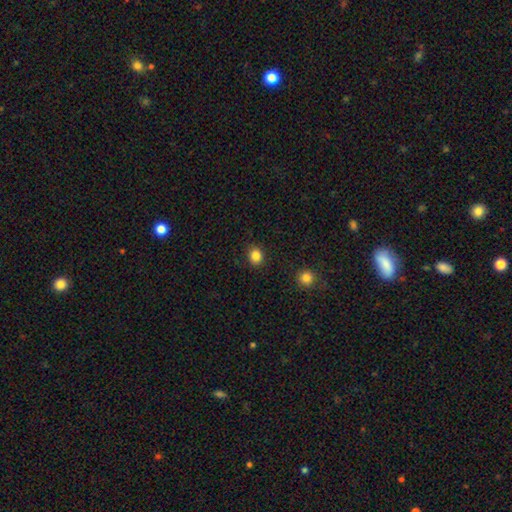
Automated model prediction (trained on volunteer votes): Smooth or featured: smooth — 85% (star or artifact — 11%)
How rounded: round — 73% (in between — 27%)
Merging: none — 89% (minor disturbance — 7%)